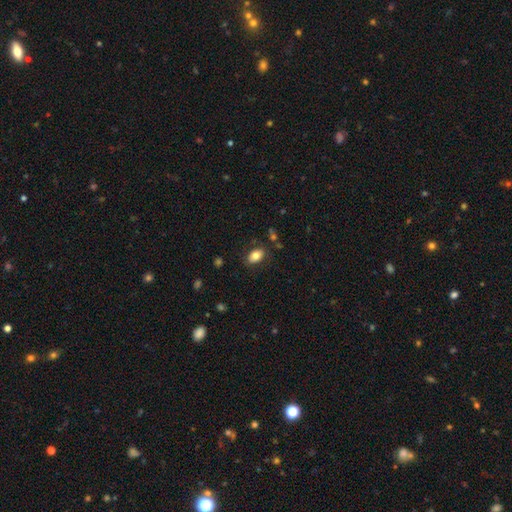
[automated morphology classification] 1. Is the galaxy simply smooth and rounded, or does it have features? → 82% smooth, 10% featured or disk, 8% star or artifact.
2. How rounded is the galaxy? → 88% in between, 11% round, 1% cigar-shaped.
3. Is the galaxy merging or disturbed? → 83% none, 12% minor disturbance, 3% major disturbance, 2% merger.